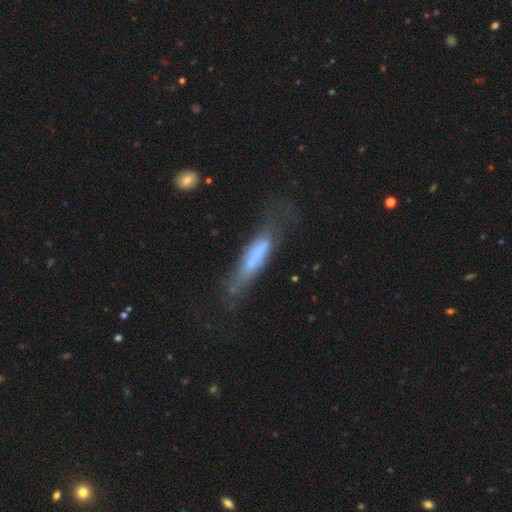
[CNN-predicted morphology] Smooth or featured? smooth (53%)
How rounded? cigar-shaped (80%)
Merging? none (44%)